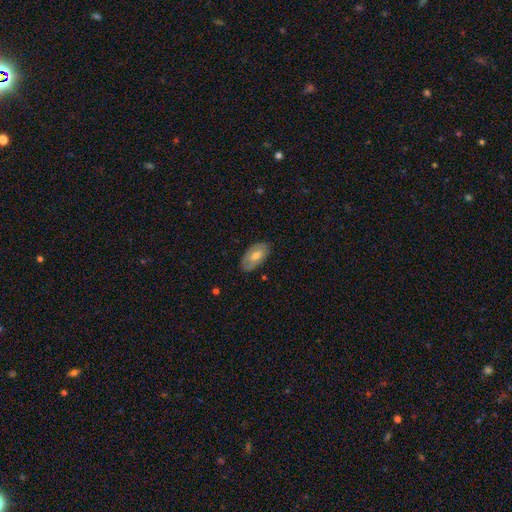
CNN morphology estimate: Q: Smooth or featured?
A: featured or disk (48%); runner-up: smooth (46%)
Q: Merging?
A: none (80%); runner-up: minor disturbance (16%)